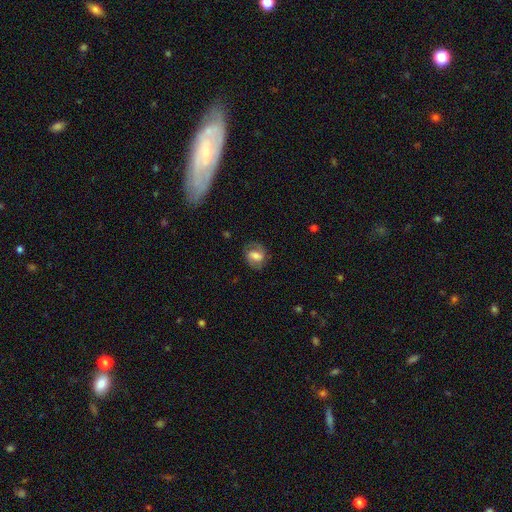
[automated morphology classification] The model was most divided on "bar": weak: 48%, strong: 26%, no: 26%. Remaining: edge-on disk — no (97%); spiral arms — yes (87%); merging — none (76%); smooth or featured — featured or disk (58%); bulge size — moderate (47%).